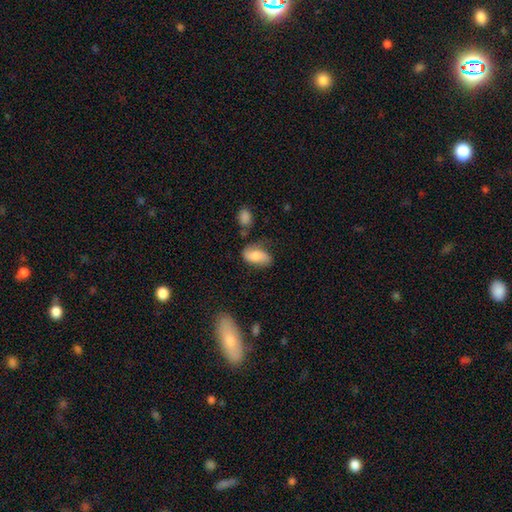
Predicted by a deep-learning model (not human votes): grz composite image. It shows a smooth galaxy with no disk features (64%) that is in between round and cigar-shaped (91%). Merging: none (53%).